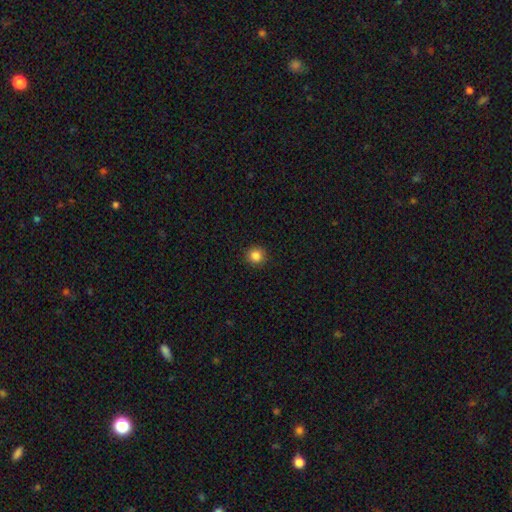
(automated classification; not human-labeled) Smooth or featured?
  - smooth: 85% *
  - star or artifact: 11%
  - featured or disk: 4%
How rounded?
  - round: 94% *
  - in between: 5%
  - cigar-shaped: 1%
Merging?
  - none: 92% *
  - minor disturbance: 5%
  - major disturbance: 2%
  - merger: 1%